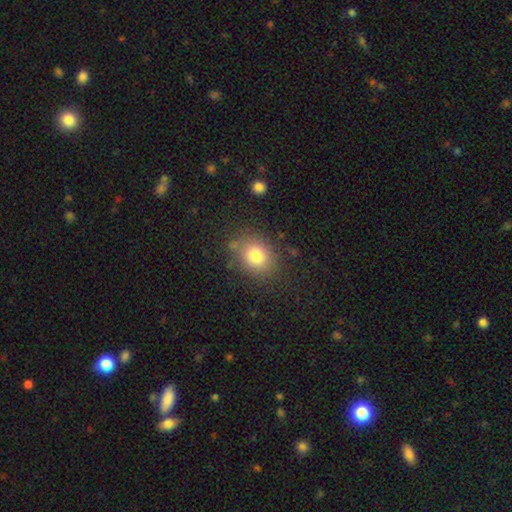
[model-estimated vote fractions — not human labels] Smooth or featured?
  - smooth: 79% *
  - star or artifact: 11%
  - featured or disk: 9%
How rounded?
  - round: 56% *
  - in between: 43%
  - cigar-shaped: 1%
Merging?
  - none: 79% *
  - minor disturbance: 13%
  - major disturbance: 5%
  - merger: 3%